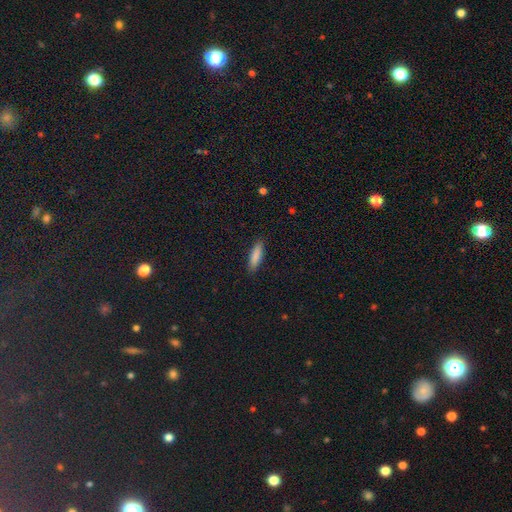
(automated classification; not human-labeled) Overall: smooth (86%). How rounded: cigar-shaped (62%; in between 36%). Merging: none (88%).